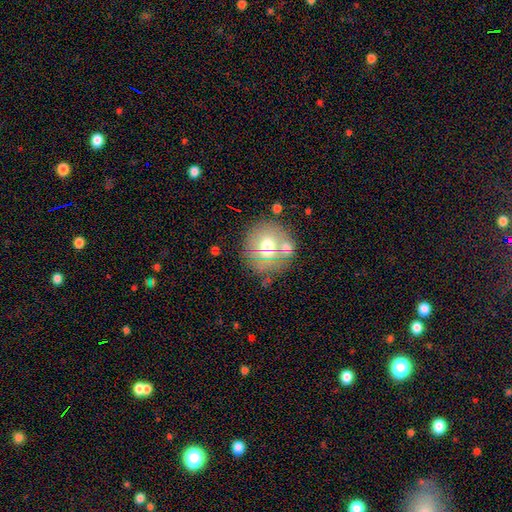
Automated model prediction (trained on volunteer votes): Q: Smooth or featured?
A: smooth (52%); runner-up: featured or disk (35%)
Q: How rounded?
A: round (87%); runner-up: in between (12%)
Q: Merging?
A: none (63%); runner-up: merger (16%)